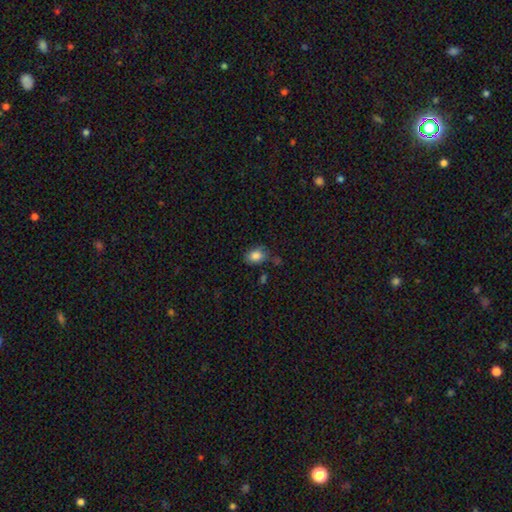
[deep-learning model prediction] A smooth galaxy with no disk features (84%) that is in between round and cigar-shaped (75%). Merging: none (70%).